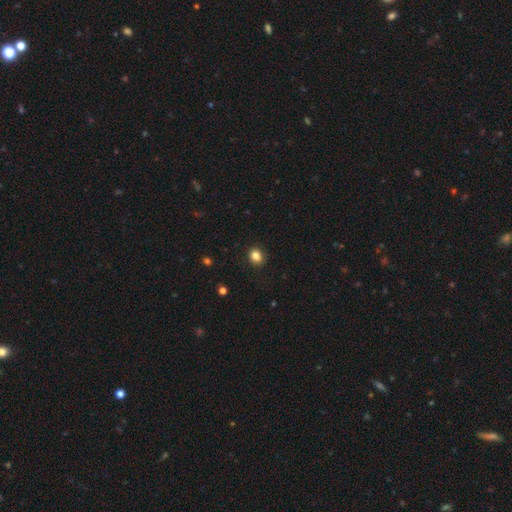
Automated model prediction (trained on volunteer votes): A smooth galaxy with no disk features (85%) that is round (60%).

Vote fractions:
- Smooth or featured? smooth: 85% / star or artifact: 11% / featured or disk: 4%
- How rounded? round: 60% / in between: 39% / cigar-shaped: 1%
- Merging? none: 89% / minor disturbance: 8% / major disturbance: 2% / merger: 1%